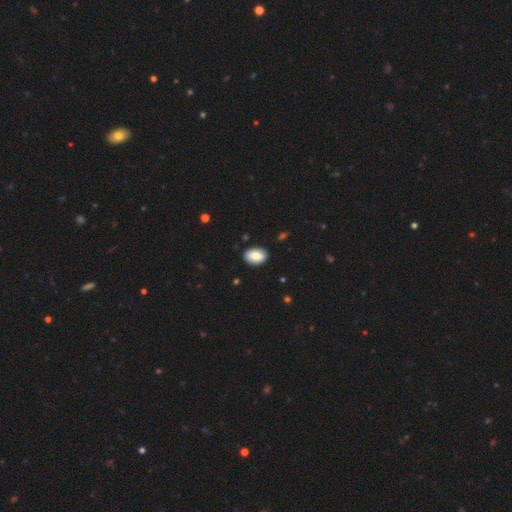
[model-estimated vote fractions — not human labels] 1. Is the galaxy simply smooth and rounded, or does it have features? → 83% smooth, 10% featured or disk, 7% star or artifact.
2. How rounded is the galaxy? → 86% in between, 13% round, 1% cigar-shaped.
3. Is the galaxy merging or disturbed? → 88% none, 9% minor disturbance, 2% major disturbance, 1% merger.